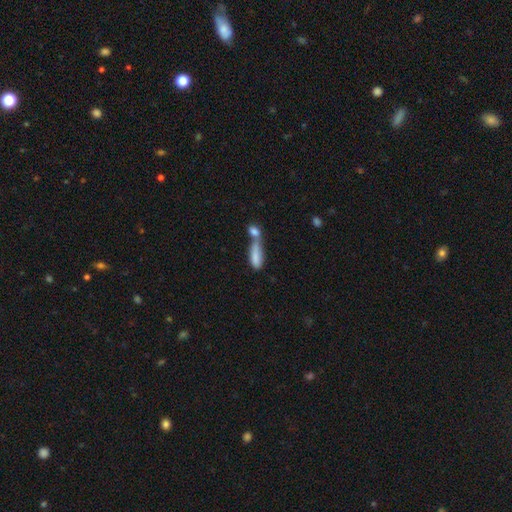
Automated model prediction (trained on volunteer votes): Smooth or featured? smooth (78%)
How rounded? in between (60%)
Merging? merger (69%)